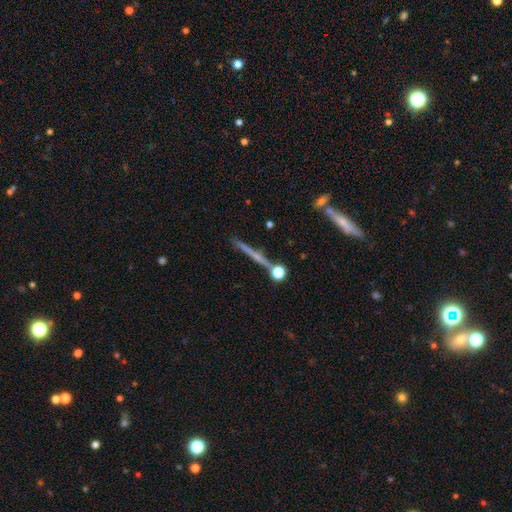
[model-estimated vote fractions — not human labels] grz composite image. It shows a featured or disk galaxy (61%) viewed edge-on (96%) with no central bulge (55%). Merging: none (79%).